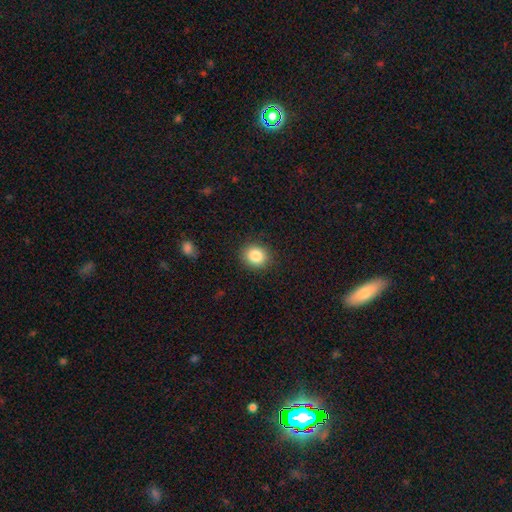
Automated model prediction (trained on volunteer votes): smooth-or-featured: smooth: 85% | star or artifact: 10% | featured or disk: 6%
  how-rounded: round: 79% | in between: 20% | cigar-shaped: 1%
  merging: none: 89% | minor disturbance: 7% | major disturbance: 2% | merger: 1%